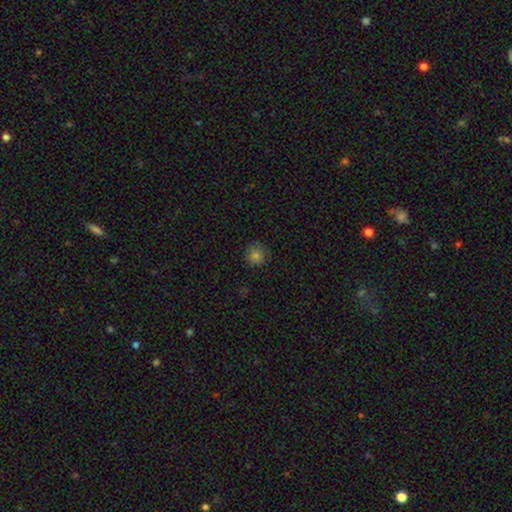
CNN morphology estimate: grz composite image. It shows a smooth galaxy with no disk features (80%) that is round (93%). Merging: none (88%).